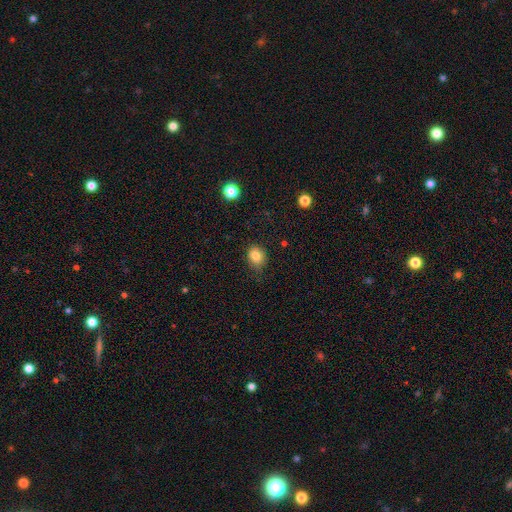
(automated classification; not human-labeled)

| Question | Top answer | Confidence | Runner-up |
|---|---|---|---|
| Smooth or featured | smooth | 82% | star or artifact (11%) |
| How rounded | round | 60% | in between (39%) |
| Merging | none | 75% | minor disturbance (20%) |